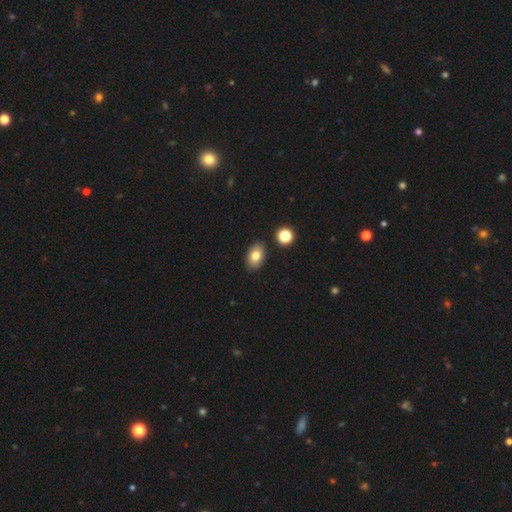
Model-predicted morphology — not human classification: smooth_or_featured: smooth (p=0.80) [alt: featured or disk p=0.12]
how_rounded: in between (p=0.87) [alt: round p=0.12]
merging: none (p=0.87) [alt: minor disturbance p=0.08]